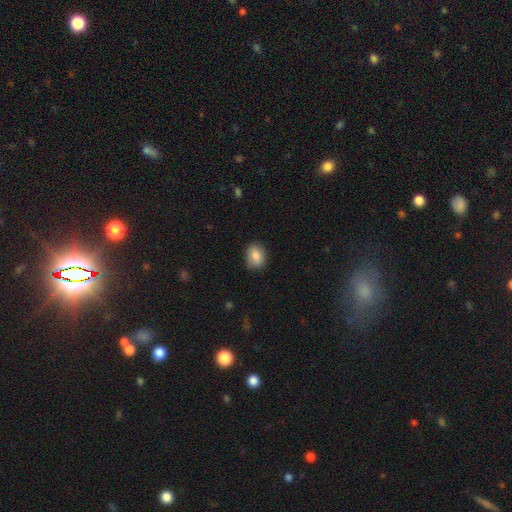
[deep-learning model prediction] Overall: smooth (84%). How rounded: in between (61%; round 38%). Merging: none (84%).